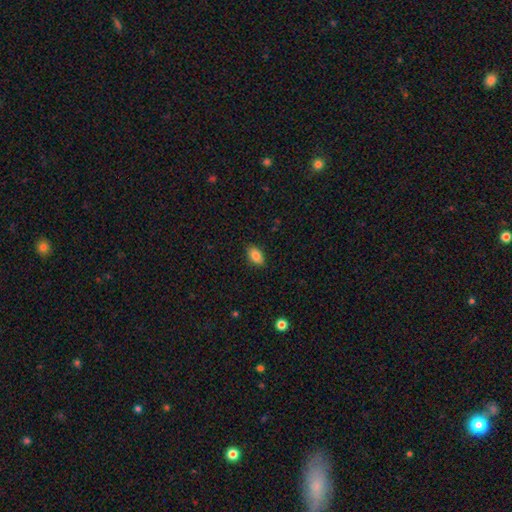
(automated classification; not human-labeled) Smooth or featured? smooth (86%)
How rounded? in between (91%)
Merging? none (87%)